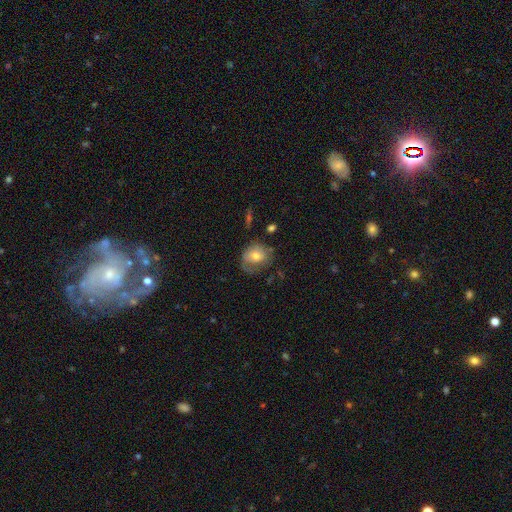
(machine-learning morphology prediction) Q: Smooth or featured?
A: smooth (60%); runner-up: featured or disk (32%)
Q: How rounded?
A: round (67%); runner-up: in between (32%)
Q: Merging?
A: none (47%); runner-up: minor disturbance (28%)